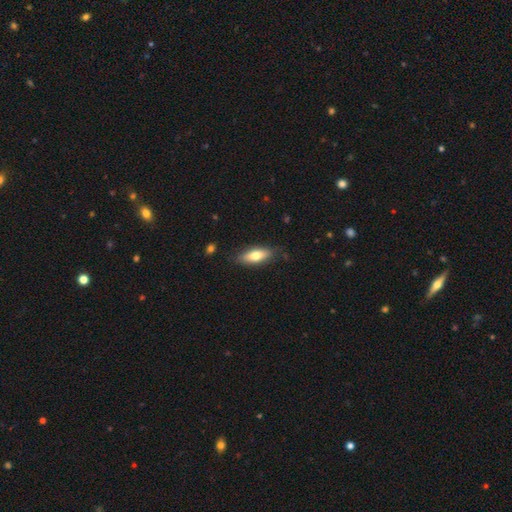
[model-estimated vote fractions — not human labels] The model was most divided on "how rounded": in between: 73%, cigar-shaped: 25%, round: 2%. More confident: merging — none (81%); smooth or featured — smooth (71%).